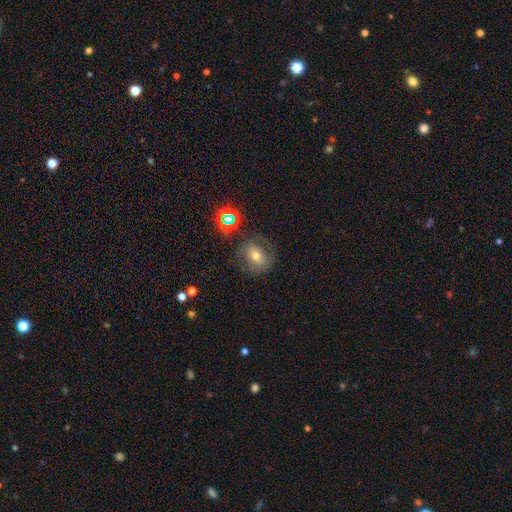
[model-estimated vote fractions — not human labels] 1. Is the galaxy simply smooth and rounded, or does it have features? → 42% featured or disk, 41% smooth, 18% star or artifact.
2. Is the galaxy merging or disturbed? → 67% none, 17% minor disturbance, 11% major disturbance, 4% merger.